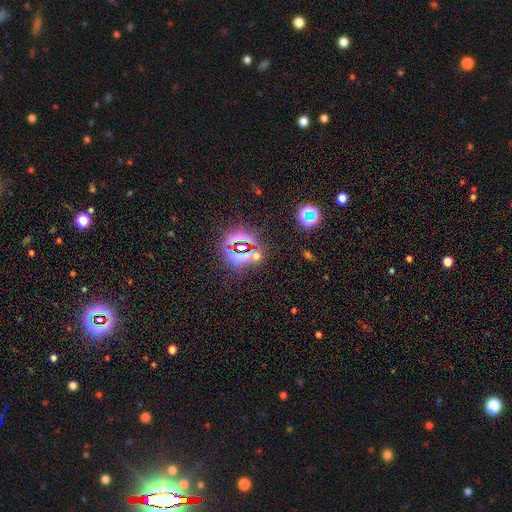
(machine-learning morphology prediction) type=star or artifact (75%).